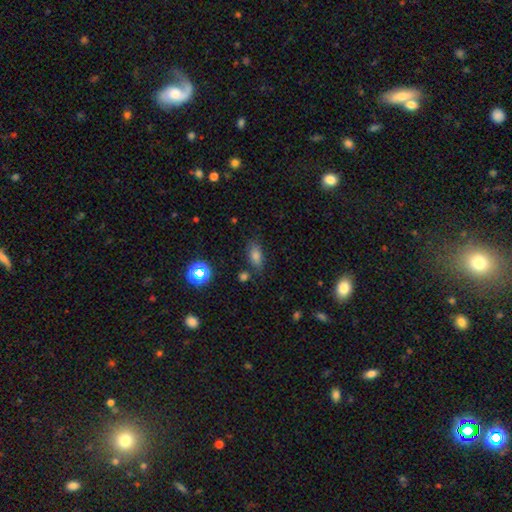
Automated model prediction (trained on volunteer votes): Morphology: type=smooth (73%); roundness=in between (81%); merging=none (78%).